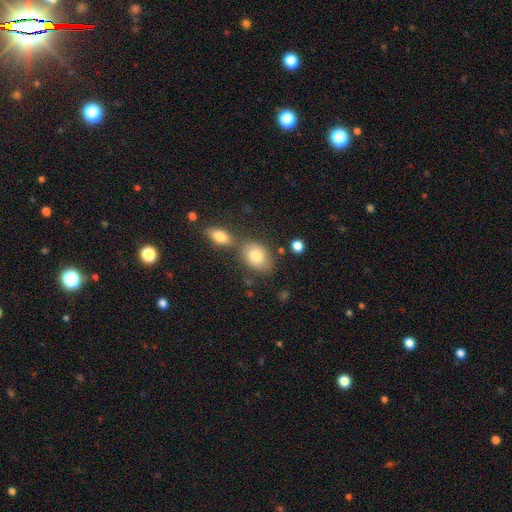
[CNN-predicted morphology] A smooth galaxy with no disk features (82%) that is in between round and cigar-shaped (78%).

Vote fractions:
- Smooth or featured? smooth: 82% / featured or disk: 11% / star or artifact: 8%
- How rounded? in between: 78% / round: 20% / cigar-shaped: 2%
- Merging? none: 57% / merger: 24% / minor disturbance: 14% / major disturbance: 5%